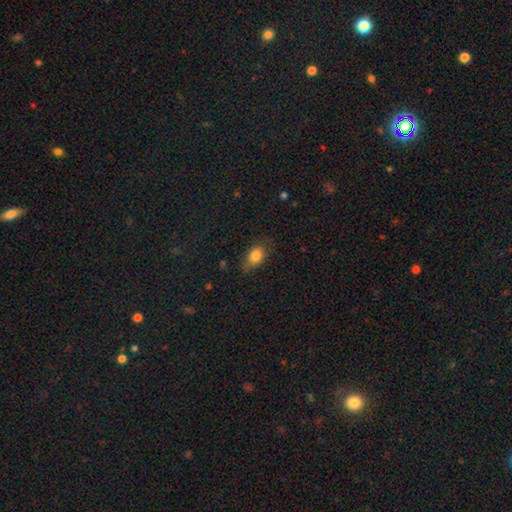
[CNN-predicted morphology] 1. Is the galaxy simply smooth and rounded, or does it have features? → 81% smooth, 10% star or artifact, 9% featured or disk.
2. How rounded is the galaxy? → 77% in between, 20% round, 3% cigar-shaped.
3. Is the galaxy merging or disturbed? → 71% none, 22% minor disturbance, 6% major disturbance, 1% merger.